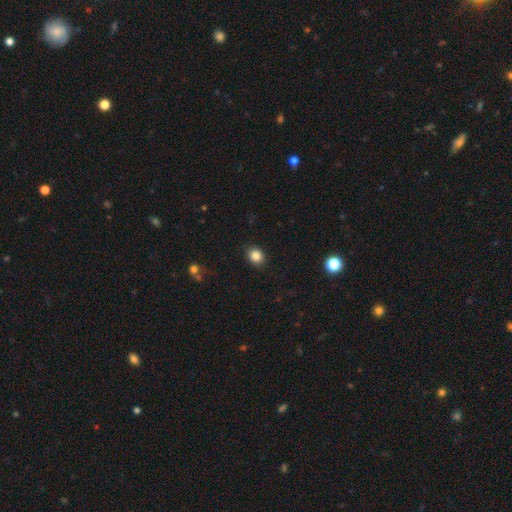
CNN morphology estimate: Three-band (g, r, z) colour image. It shows a smooth galaxy with no disk features (85%) that is round (64%). Merging: none (89%).